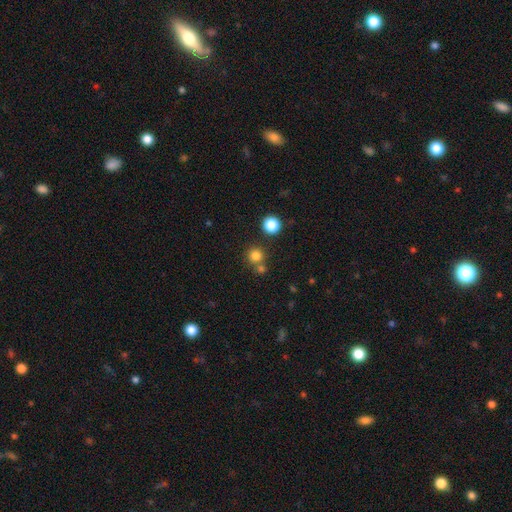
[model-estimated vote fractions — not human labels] smooth_or_featured: smooth (p=0.78) [alt: star or artifact p=0.16]
how_rounded: round (p=0.93) [alt: in between p=0.06]
merging: none (p=0.71) [alt: merger p=0.20]